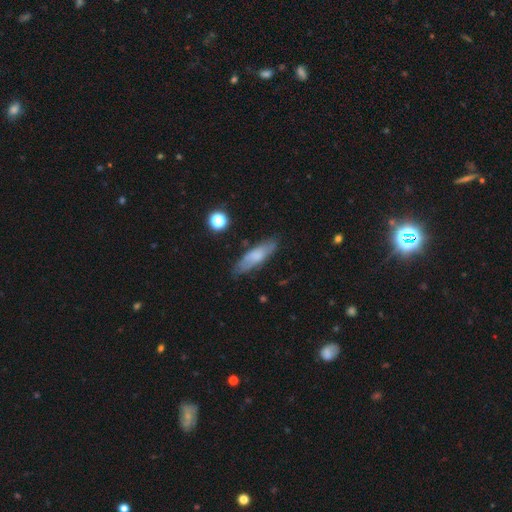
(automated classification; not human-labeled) Q: Smooth or featured?
A: smooth (67%); runner-up: featured or disk (26%)
Q: How rounded?
A: cigar-shaped (60%); runner-up: in between (38%)
Q: Merging?
A: none (79%); runner-up: minor disturbance (16%)